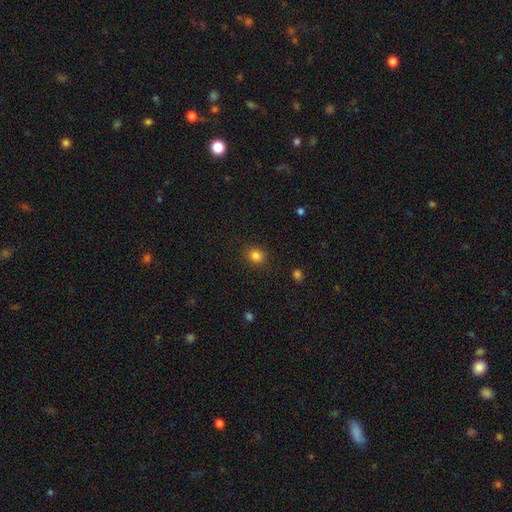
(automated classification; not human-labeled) Smooth or featured? smooth (83%)
How rounded? round (66%)
Merging? none (82%)